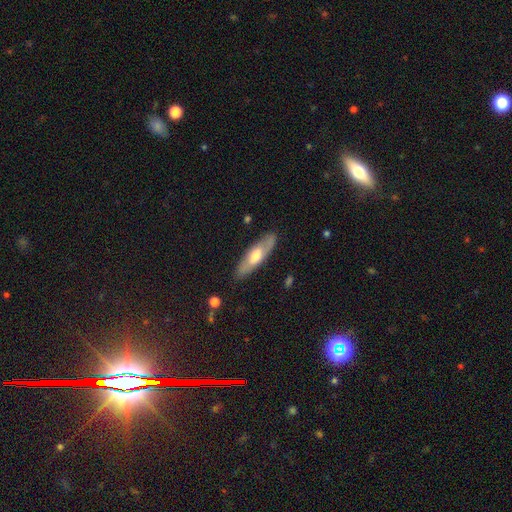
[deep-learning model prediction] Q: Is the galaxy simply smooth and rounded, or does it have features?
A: smooth — 48%.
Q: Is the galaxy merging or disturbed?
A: none — 86%.